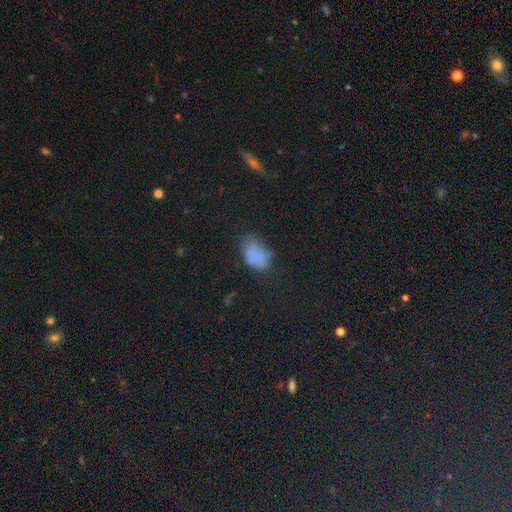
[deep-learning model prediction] Morphology: type=smooth (68%); roundness=in between (86%); merging=none (47%).